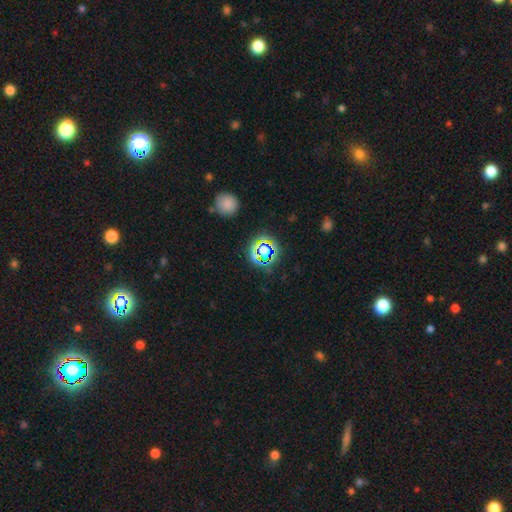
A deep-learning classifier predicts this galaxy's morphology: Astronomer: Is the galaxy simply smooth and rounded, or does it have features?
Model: star or artifact — 71%.